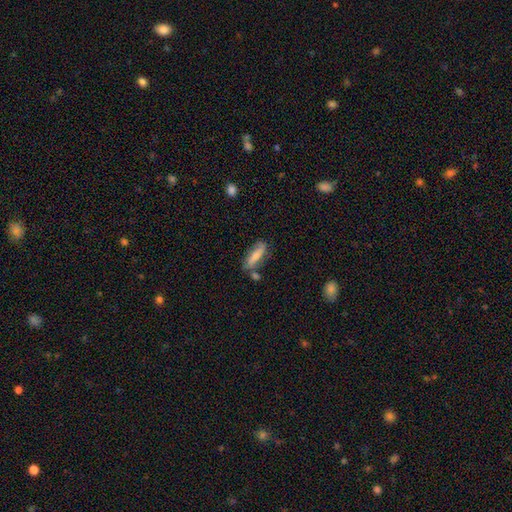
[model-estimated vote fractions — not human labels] Q: Smooth or featured?
A: smooth (61%); runner-up: featured or disk (32%)
Q: How rounded?
A: cigar-shaped (49%); runner-up: in between (48%)
Q: Merging?
A: none (61%); runner-up: minor disturbance (21%)